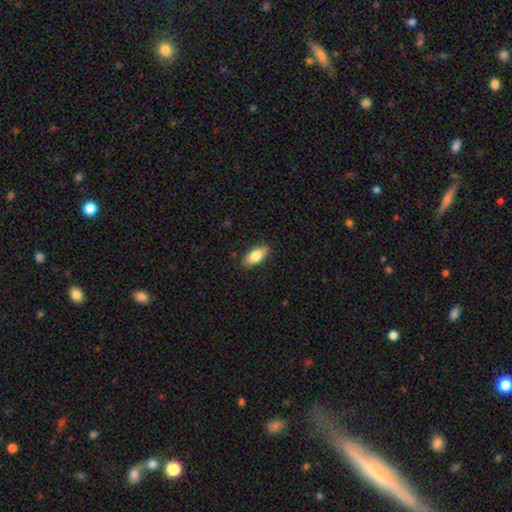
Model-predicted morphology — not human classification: Smooth or featured? Predicted: smooth (p=0.78). How rounded? Predicted: in between (p=0.87). Merging? Predicted: none (p=0.87).